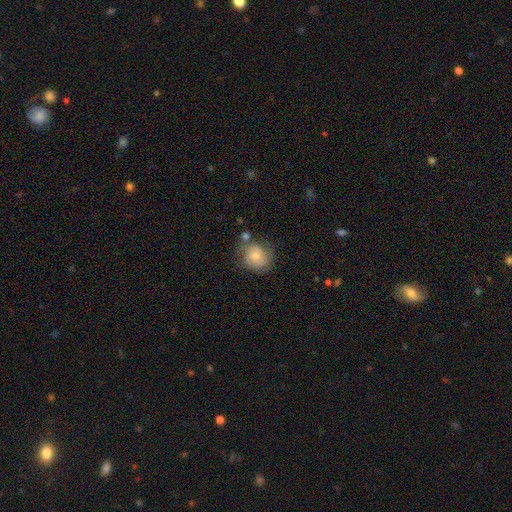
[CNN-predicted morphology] Smooth or featured? Predicted: smooth (p=0.50). Merging? Predicted: none (p=0.60).